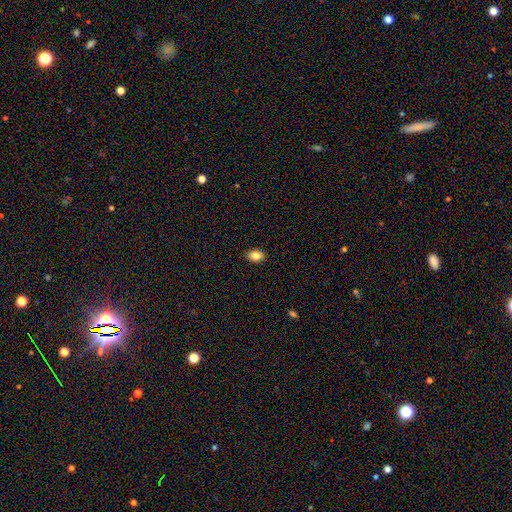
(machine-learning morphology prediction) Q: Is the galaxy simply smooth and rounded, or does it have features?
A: smooth — 85%.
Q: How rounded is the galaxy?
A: in between — 82%.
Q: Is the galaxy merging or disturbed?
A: none — 89%.